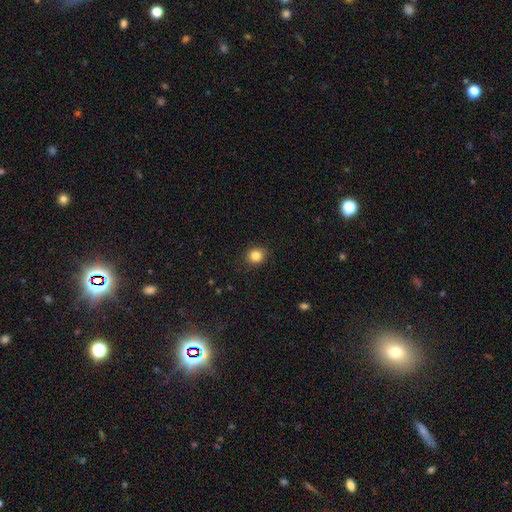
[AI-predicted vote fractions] Smooth or featured?
  - smooth: 84% *
  - star or artifact: 11%
  - featured or disk: 5%
How rounded?
  - round: 83% *
  - in between: 16%
  - cigar-shaped: 1%
Merging?
  - none: 88% *
  - minor disturbance: 8%
  - major disturbance: 2%
  - merger: 1%